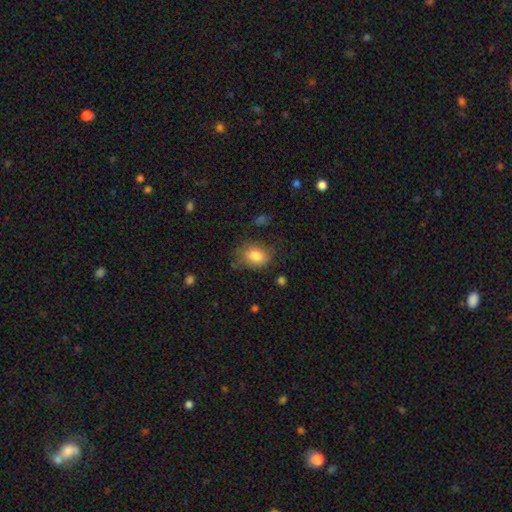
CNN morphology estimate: smooth-or-featured: smooth: 80% | featured or disk: 12% | star or artifact: 8%
  how-rounded: in between: 68% | round: 31% | cigar-shaped: 1%
  merging: none: 63% | minor disturbance: 25% | major disturbance: 9% | merger: 2%